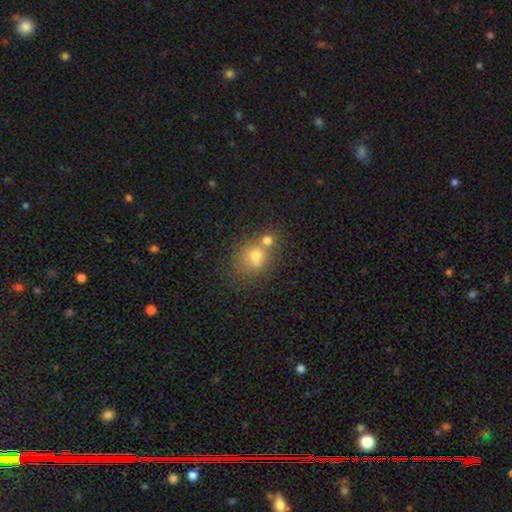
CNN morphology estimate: Smooth or featured? smooth (68%)
How rounded? round (70%)
Merging? merger (46%)